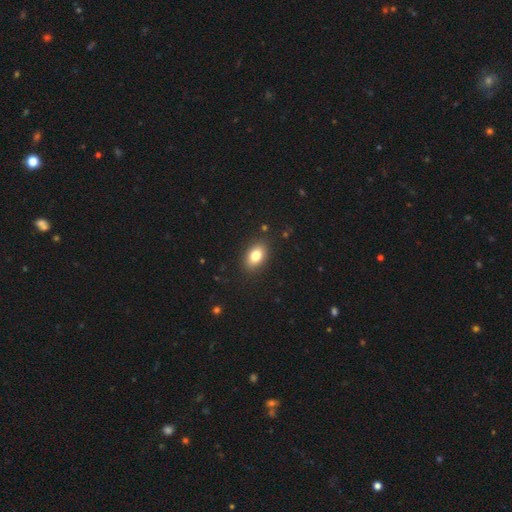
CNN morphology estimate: Q: Smooth or featured?
A: smooth (81%); runner-up: featured or disk (11%)
Q: How rounded?
A: in between (86%); runner-up: round (12%)
Q: Merging?
A: none (88%); runner-up: minor disturbance (9%)